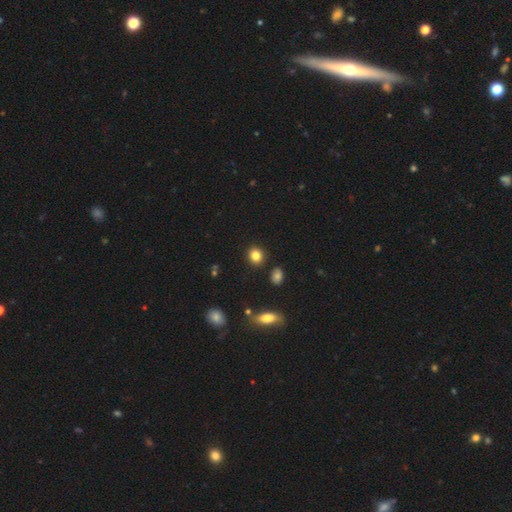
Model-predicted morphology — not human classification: This appears to be a smooth galaxy with no disk features (83%) that is round (77%). Merging: none (88%).